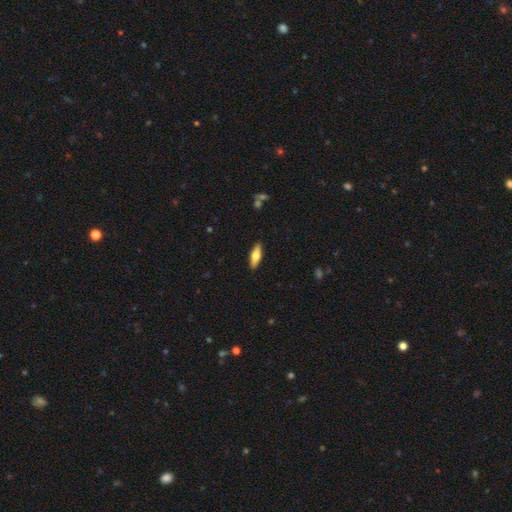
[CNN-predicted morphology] Overall: smooth (61%; featured or disk 33%). How rounded: in between (53%; cigar-shaped 45%). Merging: none (89%).